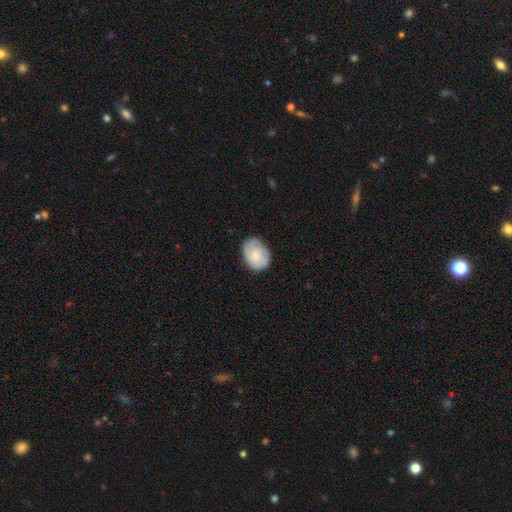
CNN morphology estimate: The model was most divided on "how rounded": in between: 62%, round: 37%, cigar-shaped: 1%. More confident: merging — none (75%); smooth or featured — smooth (59%).